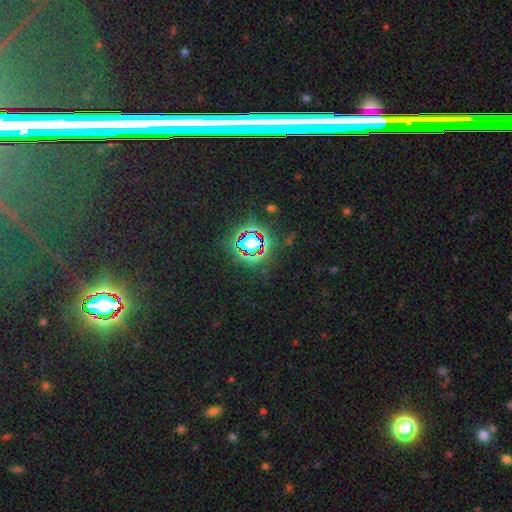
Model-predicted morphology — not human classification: smooth_or_featured: star or artifact (p=0.78) [alt: smooth p=0.12]